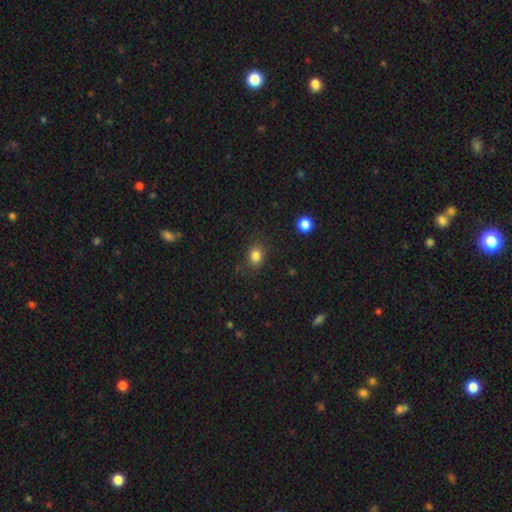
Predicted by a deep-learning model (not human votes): The model was most divided on "how rounded": round: 61%, in between: 38%, cigar-shaped: 1%. More confident: smooth or featured — smooth (82%); merging — none (81%).